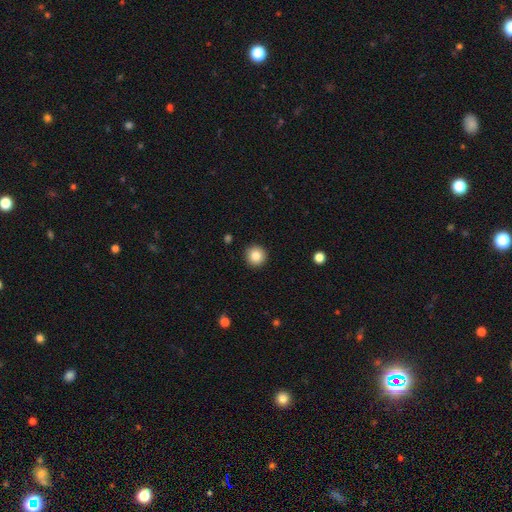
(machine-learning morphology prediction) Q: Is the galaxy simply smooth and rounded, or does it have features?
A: smooth — 86%.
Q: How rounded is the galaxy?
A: round — 95%.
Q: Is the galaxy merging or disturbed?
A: none — 92%.